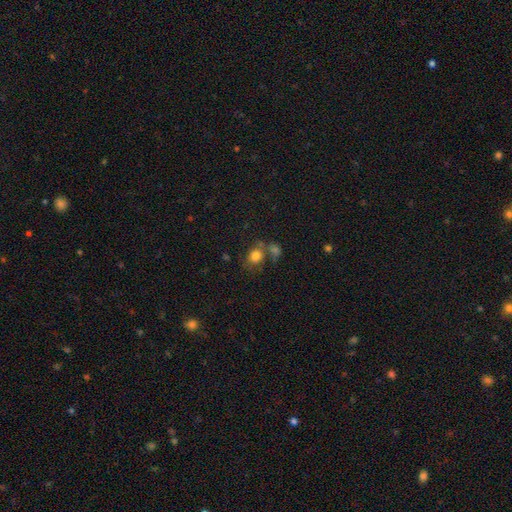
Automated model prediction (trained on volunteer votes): A smooth galaxy with no disk features (77%) that is round (63%).

Vote fractions:
- Smooth or featured? smooth: 77% / featured or disk: 12% / star or artifact: 11%
- How rounded? round: 63% / in between: 36% / cigar-shaped: 1%
- Merging? none: 46% / merger: 30% / minor disturbance: 15% / major disturbance: 10%